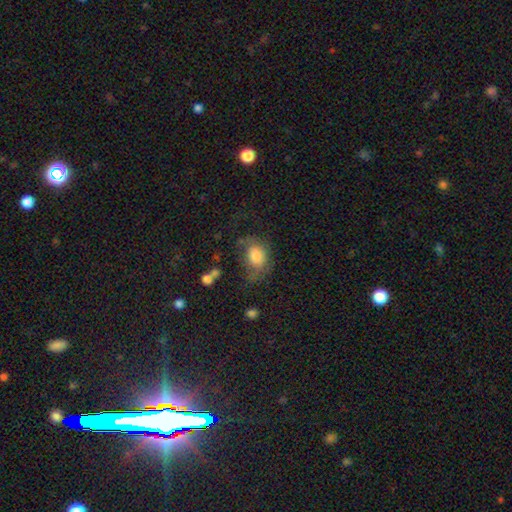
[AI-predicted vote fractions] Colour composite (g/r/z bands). It shows a smooth galaxy with no disk features (73%) that is in between round and cigar-shaped (61%). Merging: none (43%).